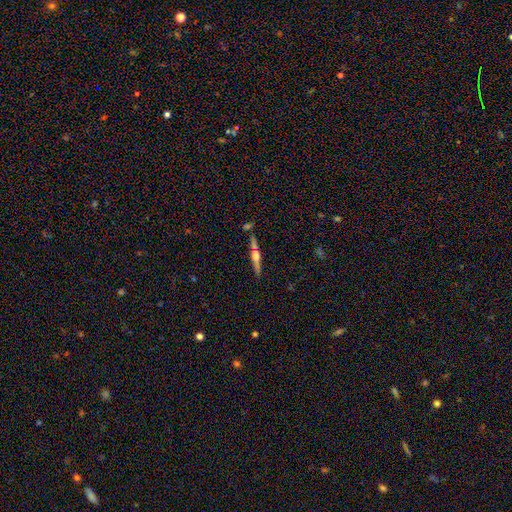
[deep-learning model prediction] featured or disk 68%, smooth 24%, star or artifact 9%. Down the decision tree: edge-on disk — yes (97%); edge-on bulge — rounded (81%); merging — none (82%).